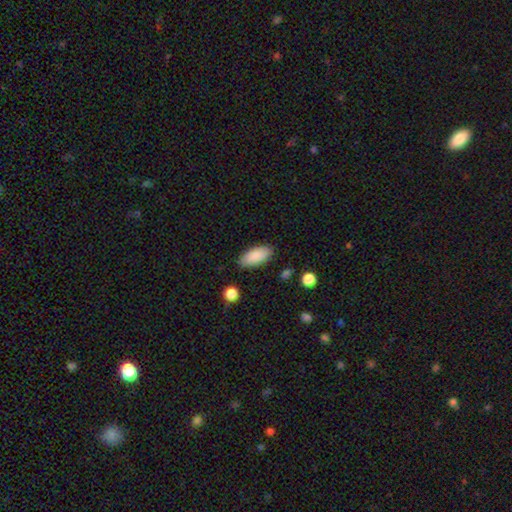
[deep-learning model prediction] Morphology: type=smooth (89%); roundness=in between (88%); merging=none (86%).